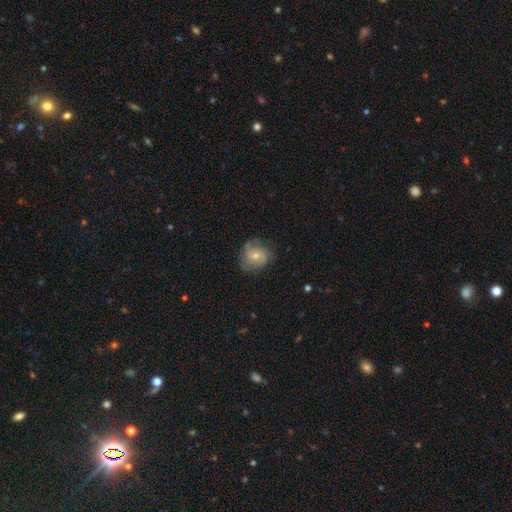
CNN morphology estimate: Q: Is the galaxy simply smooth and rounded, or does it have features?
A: featured or disk — 53%.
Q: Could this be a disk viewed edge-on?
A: no — 97%.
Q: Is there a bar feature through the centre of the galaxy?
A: no — 64%.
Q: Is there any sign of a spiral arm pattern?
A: yes — 83%.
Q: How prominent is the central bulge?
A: small — 53%.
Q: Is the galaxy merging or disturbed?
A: none — 68%.